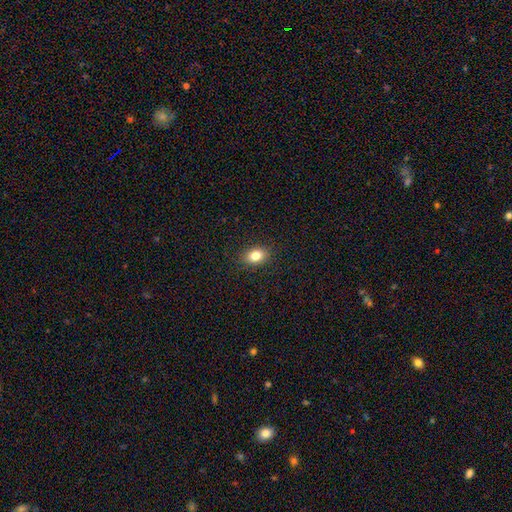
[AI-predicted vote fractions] Smooth or featured: smooth — 82% (star or artifact — 10%)
How rounded: in between — 71% (round — 27%)
Merging: none — 89% (minor disturbance — 8%)